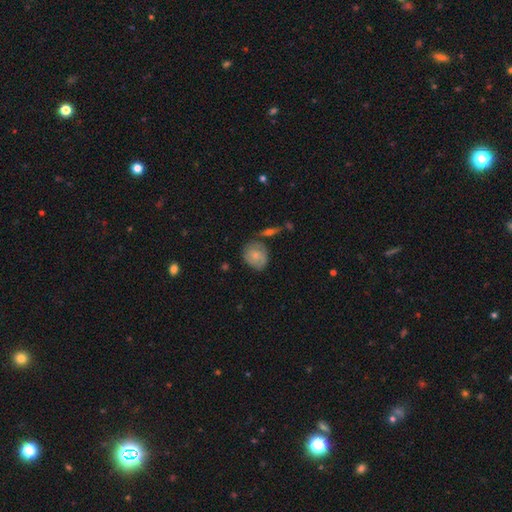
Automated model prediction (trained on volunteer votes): Smooth or featured: smooth — 66% (featured or disk — 27%)
How rounded: round — 61% (in between — 37%)
Merging: none — 62% (minor disturbance — 25%)